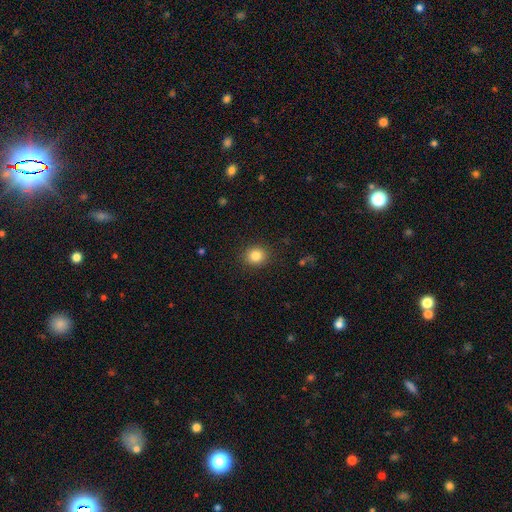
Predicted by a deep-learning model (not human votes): The model was most divided on "how rounded": round: 81%, in between: 18%, cigar-shaped: 1%. More confident: merging — none (89%); smooth or featured — smooth (84%).